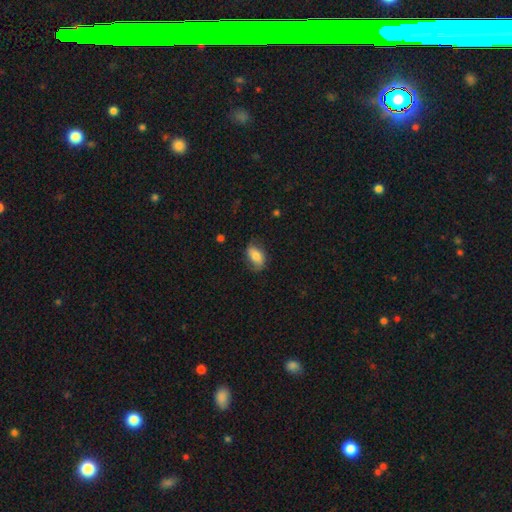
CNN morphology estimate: smooth_or_featured: smooth (p=0.72) [alt: featured or disk p=0.21]
how_rounded: in between (p=0.89) [alt: round p=0.08]
merging: none (p=0.64) [alt: minor disturbance p=0.26]